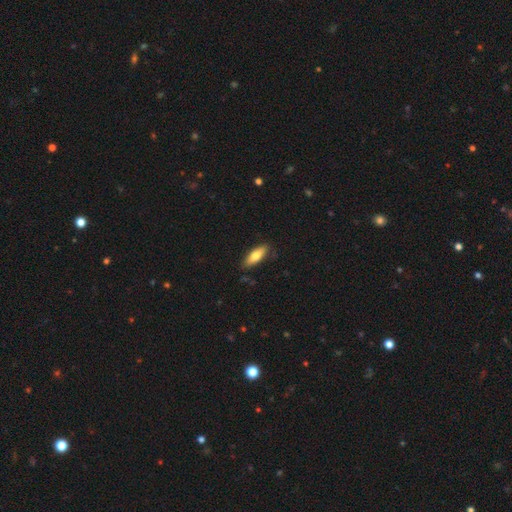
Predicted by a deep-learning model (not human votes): This appears to be a smooth galaxy with no disk features (73%) that is in between round and cigar-shaped (59%). Merging: none (83%).